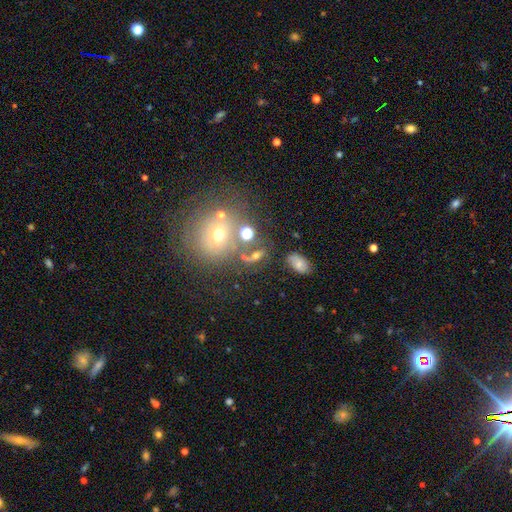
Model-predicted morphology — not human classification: Overall: smooth (45%; featured or disk 29%). Merging: none (52%; merger 19%).